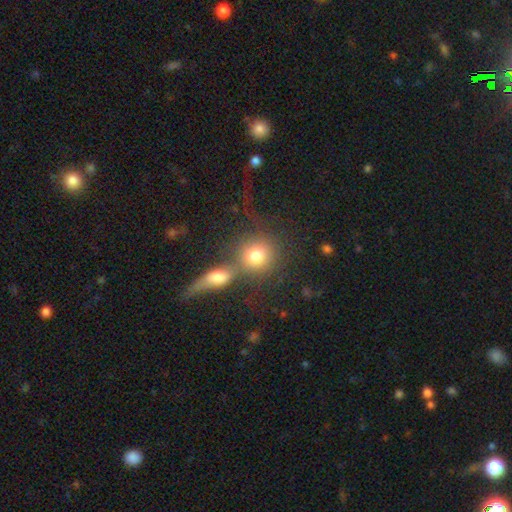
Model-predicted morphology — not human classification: smooth_or_featured: smooth (p=0.74) [alt: featured or disk p=0.15]
how_rounded: round (p=0.82) [alt: in between p=0.16]
merging: merger (p=0.43) [alt: none p=0.42]